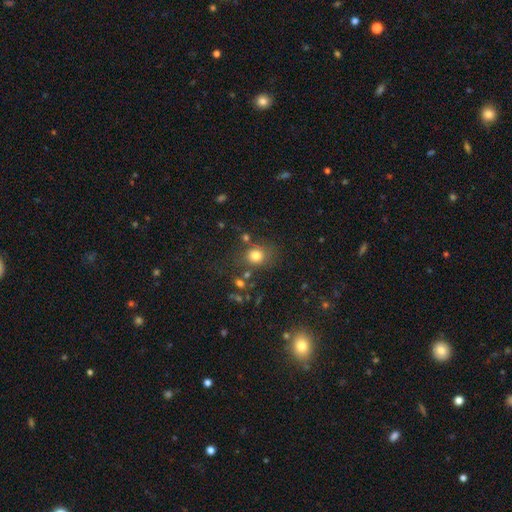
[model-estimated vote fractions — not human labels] smooth 78%, star or artifact 14%, featured or disk 8%. Down the decision tree: how rounded — round (76%); merging — none (72%).